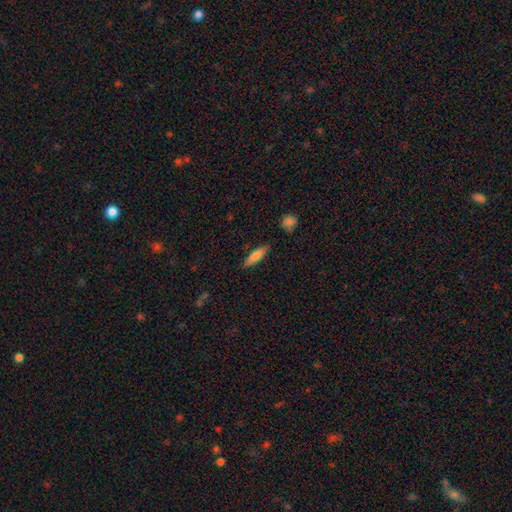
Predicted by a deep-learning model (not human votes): Q: Smooth or featured?
A: smooth (75%); runner-up: featured or disk (18%)
Q: How rounded?
A: cigar-shaped (66%); runner-up: in between (33%)
Q: Merging?
A: none (86%); runner-up: minor disturbance (10%)